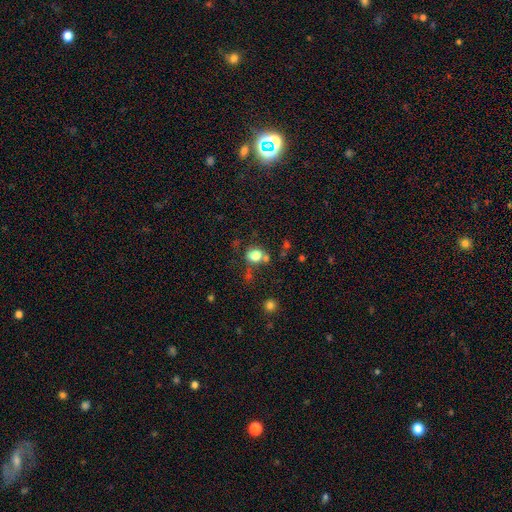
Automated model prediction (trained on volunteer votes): A smooth galaxy with no disk features (80%) that is round (69%). Merging: none (58%).